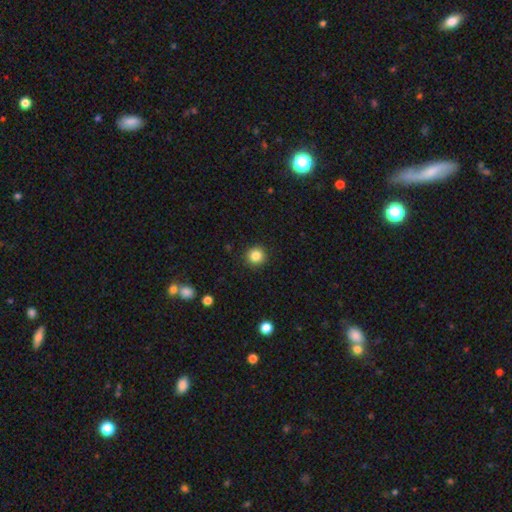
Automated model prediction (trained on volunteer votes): A smooth galaxy with no disk features (85%) that is round (95%).

Vote fractions:
- Smooth or featured? smooth: 85% / star or artifact: 11% / featured or disk: 4%
- How rounded? round: 95% / in between: 4% / cigar-shaped: 1%
- Merging? none: 92% / minor disturbance: 5% / major disturbance: 2% / merger: 1%